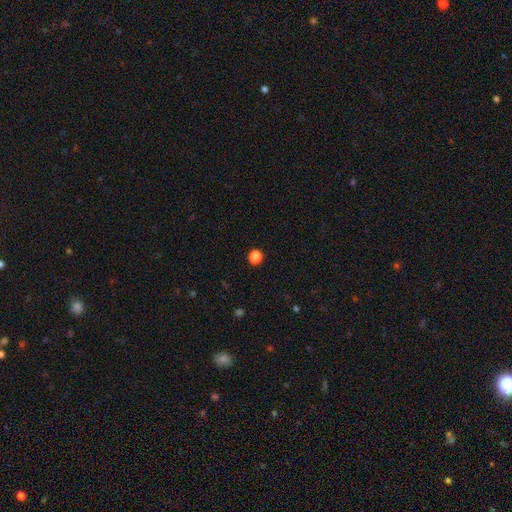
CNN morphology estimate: The model was most divided on "how rounded": round: 67%, in between: 32%, cigar-shaped: 1%. More confident: merging — none (89%); smooth or featured — smooth (81%).